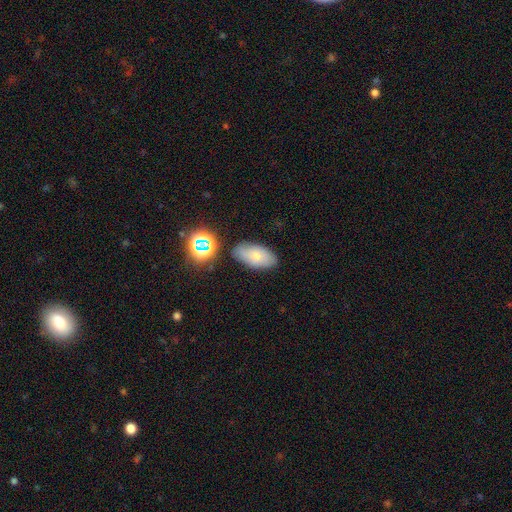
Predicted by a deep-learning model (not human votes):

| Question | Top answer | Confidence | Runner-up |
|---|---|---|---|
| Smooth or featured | smooth | 66% | featured or disk (21%) |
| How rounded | in between | 92% | round (5%) |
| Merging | none | 74% | minor disturbance (17%) |